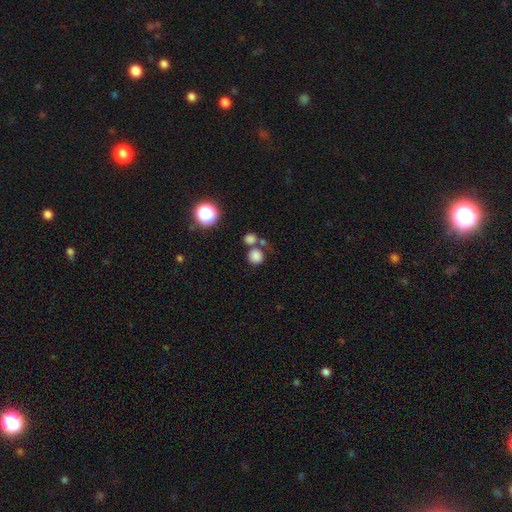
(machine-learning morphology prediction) This appears to be a smooth galaxy with no disk features (81%) that is round (88%). Merging: none (55%).